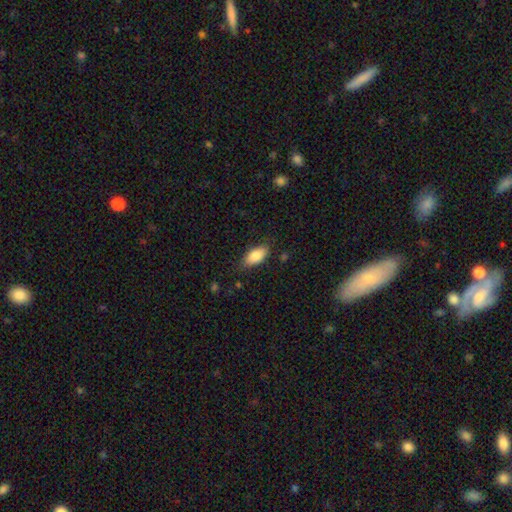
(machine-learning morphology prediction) This appears to be a smooth galaxy with no disk features (83%) that is in between round and cigar-shaped (88%). Merging: none (81%).